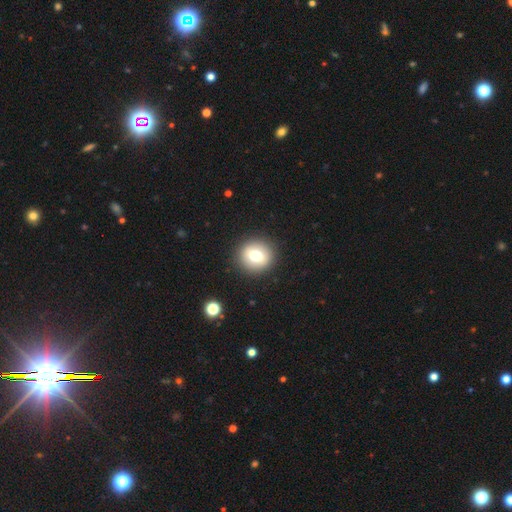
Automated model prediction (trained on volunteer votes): Smooth or featured: smooth — 71% (featured or disk — 18%)
How rounded: round — 88% (in between — 11%)
Merging: none — 91% (minor disturbance — 6%)